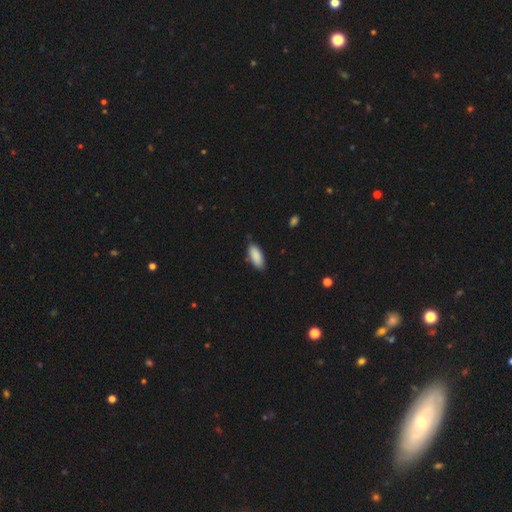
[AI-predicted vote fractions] A smooth galaxy with no disk features (90%) that is in between round and cigar-shaped (82%). Merging: none (83%).